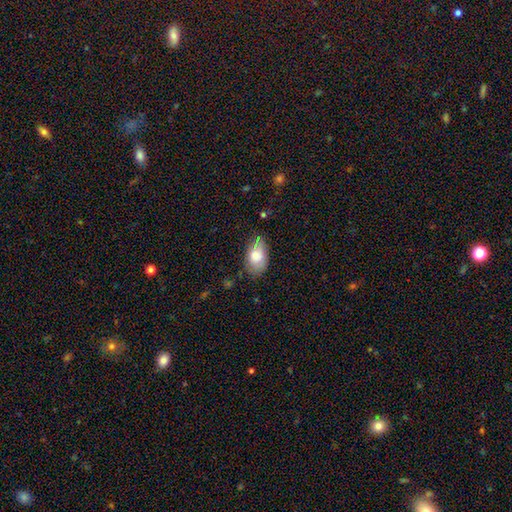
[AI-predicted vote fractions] Smooth or featured? smooth (77%)
How rounded? in between (88%)
Merging? none (65%)